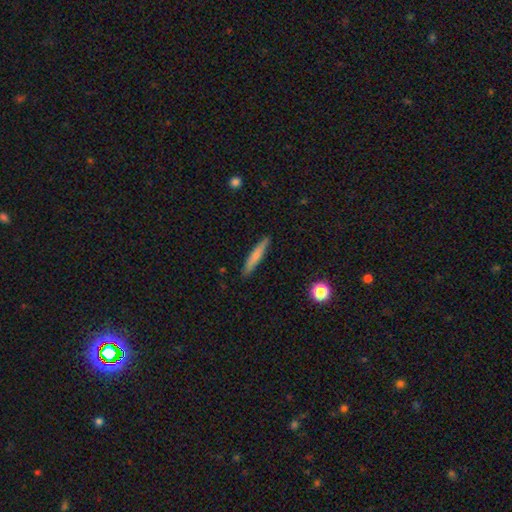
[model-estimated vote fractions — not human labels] This is likely a smooth galaxy (72%). How rounded: clearly cigar-shaped (93%). Merging: clearly none (89%).